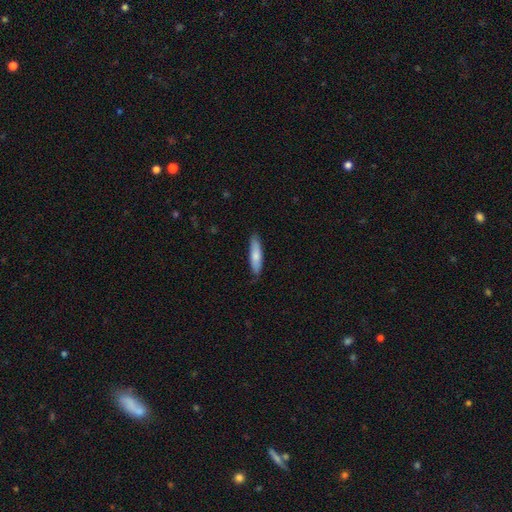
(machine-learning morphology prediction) Smooth or featured? Predicted: smooth (p=0.75). How rounded? Predicted: cigar-shaped (p=0.73). Merging? Predicted: none (p=0.82).